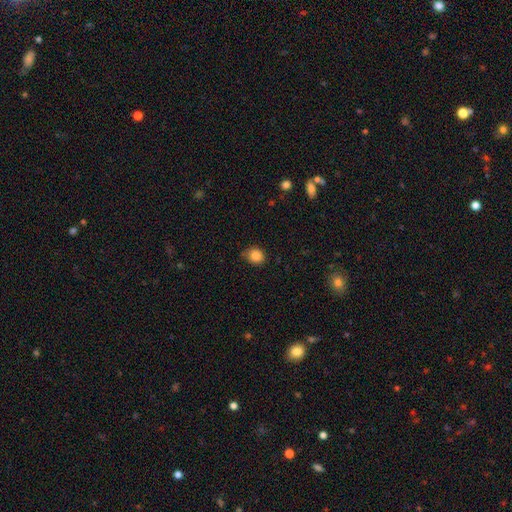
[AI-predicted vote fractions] smooth 85%, star or artifact 10%, featured or disk 5%. Down the decision tree: how rounded — round (72%); merging — none (78%).